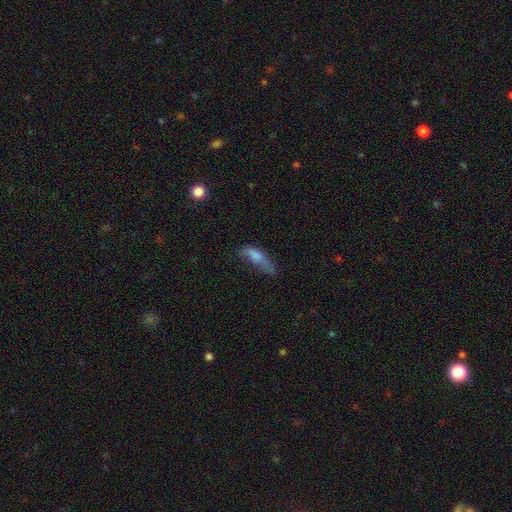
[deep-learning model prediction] Q: Smooth or featured?
A: smooth (64%); runner-up: featured or disk (25%)
Q: How rounded?
A: cigar-shaped (49%); runner-up: in between (48%)
Q: Merging?
A: none (35%); runner-up: minor disturbance (31%)